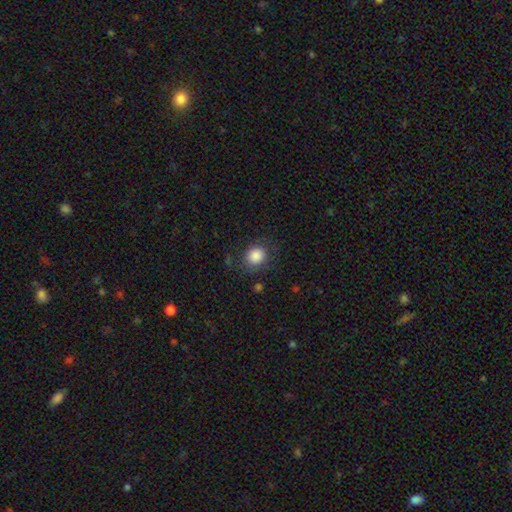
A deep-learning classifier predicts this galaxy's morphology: Smooth or featured? smooth (86%)
How rounded? round (68%)
Merging? none (78%)